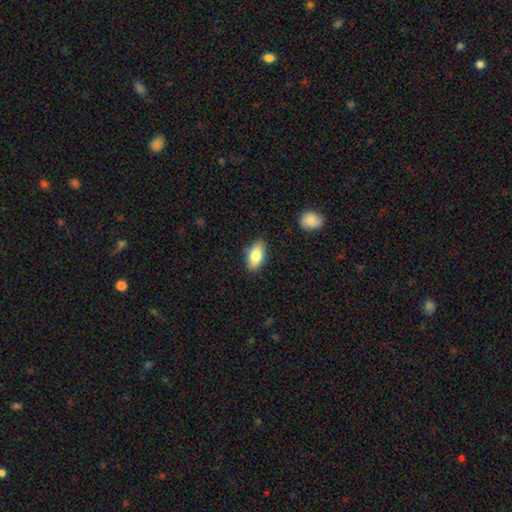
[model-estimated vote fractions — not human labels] Morphology: type=smooth (80%); roundness=in between (89%); merging=none (85%).